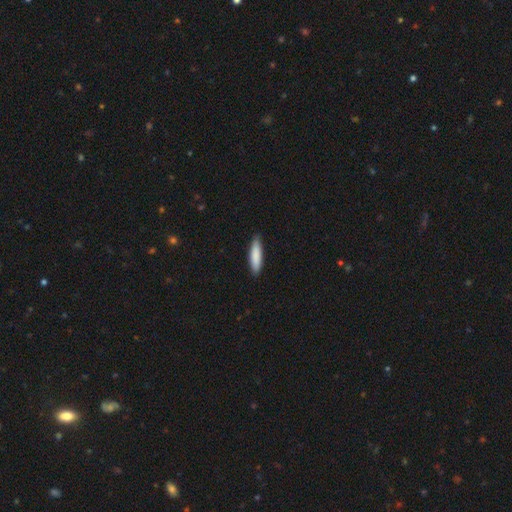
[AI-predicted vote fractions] Q: Smooth or featured?
A: smooth (85%); runner-up: featured or disk (10%)
Q: How rounded?
A: cigar-shaped (73%); runner-up: in between (25%)
Q: Merging?
A: none (88%); runner-up: minor disturbance (10%)